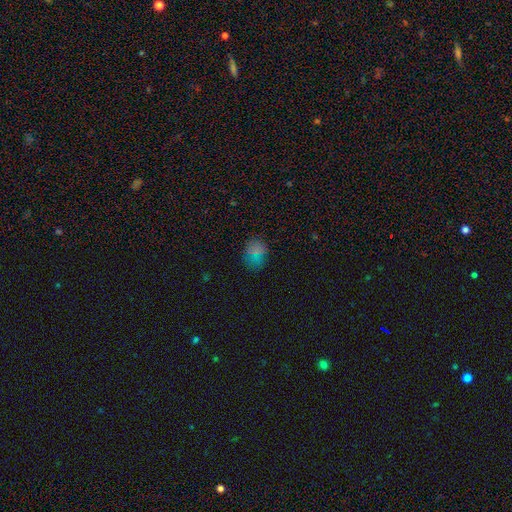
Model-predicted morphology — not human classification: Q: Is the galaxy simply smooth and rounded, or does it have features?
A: smooth — 72%.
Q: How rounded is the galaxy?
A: in between — 53%.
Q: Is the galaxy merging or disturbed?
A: none — 74%.